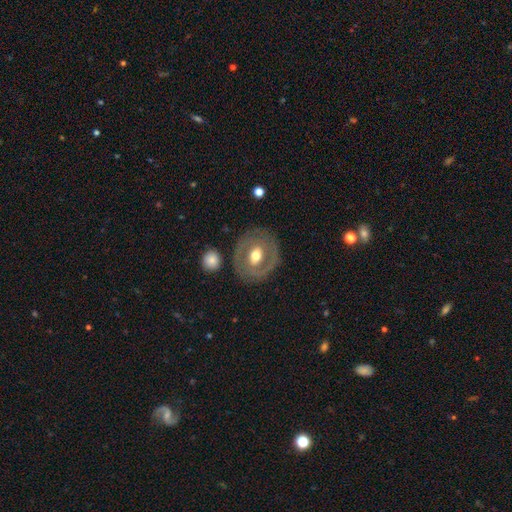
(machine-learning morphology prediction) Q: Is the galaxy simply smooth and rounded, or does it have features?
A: featured or disk — 55%.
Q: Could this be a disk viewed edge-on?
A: no — 94%.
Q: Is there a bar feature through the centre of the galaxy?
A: no — 49%.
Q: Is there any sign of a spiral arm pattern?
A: no — 74%.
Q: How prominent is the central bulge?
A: moderate — 72%.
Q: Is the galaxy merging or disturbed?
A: none — 78%.